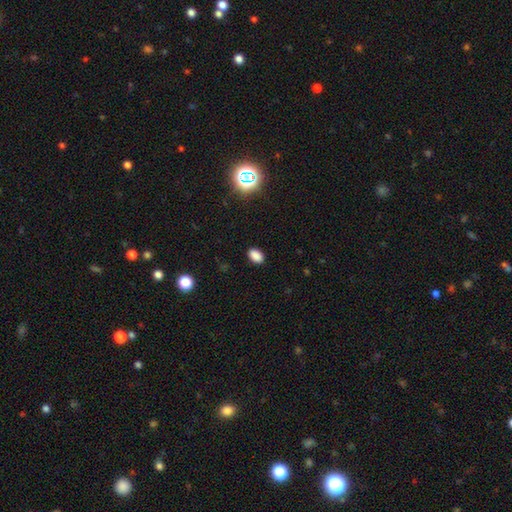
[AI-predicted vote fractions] smooth 84%, star or artifact 13%, featured or disk 3%. Down the decision tree: how rounded — in between (86%); merging — none (88%).